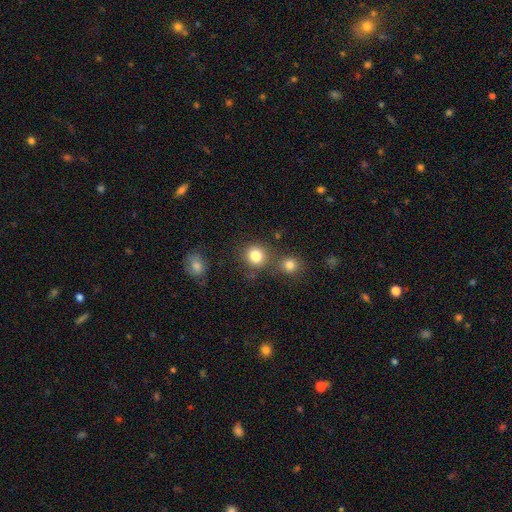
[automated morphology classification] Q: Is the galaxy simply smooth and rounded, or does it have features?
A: smooth — 83%.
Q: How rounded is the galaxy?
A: round — 89%.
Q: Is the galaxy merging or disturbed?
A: none — 72%.